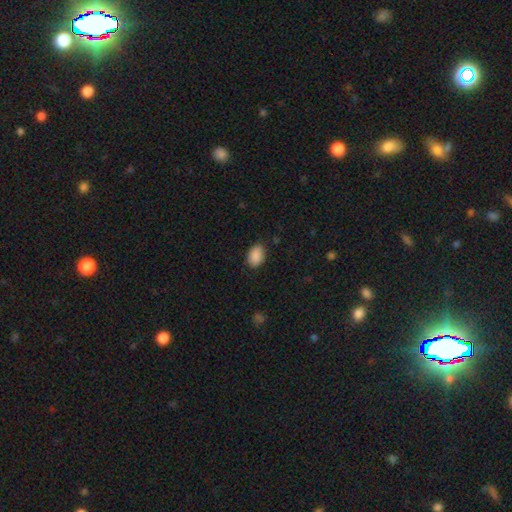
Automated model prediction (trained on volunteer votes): Smooth or featured? Predicted: smooth (p=0.89). How rounded? Predicted: in between (p=0.85). Merging? Predicted: none (p=0.84).